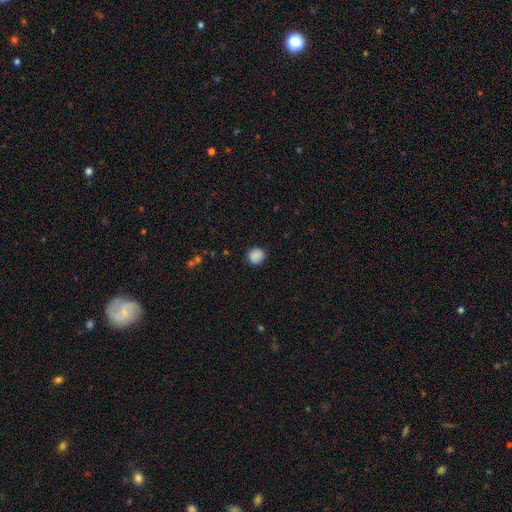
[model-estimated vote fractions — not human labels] smooth 86%, star or artifact 9%, featured or disk 5%. Down the decision tree: how rounded — round (87%); merging — none (84%).